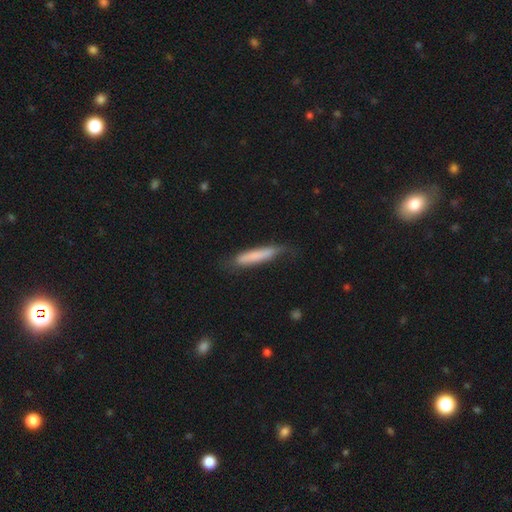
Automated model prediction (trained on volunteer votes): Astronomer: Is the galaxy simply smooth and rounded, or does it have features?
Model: smooth — 77%.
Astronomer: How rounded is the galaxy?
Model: cigar-shaped — 90%.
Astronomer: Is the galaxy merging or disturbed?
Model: none — 69%.